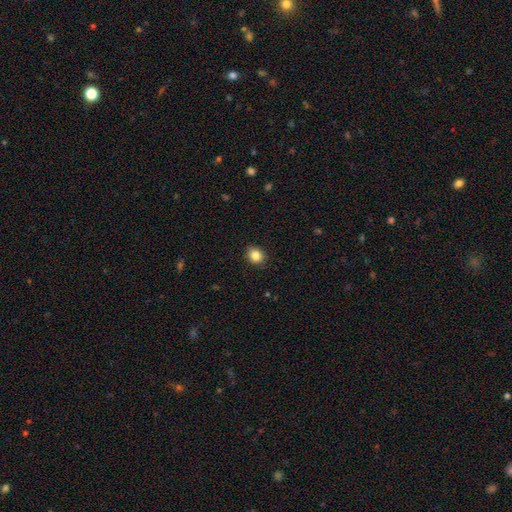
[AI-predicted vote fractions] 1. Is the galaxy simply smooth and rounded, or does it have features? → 85% smooth, 10% star or artifact, 5% featured or disk.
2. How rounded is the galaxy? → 59% round, 40% in between, 1% cigar-shaped.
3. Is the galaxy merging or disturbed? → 87% none, 10% minor disturbance, 2% major disturbance, 1% merger.